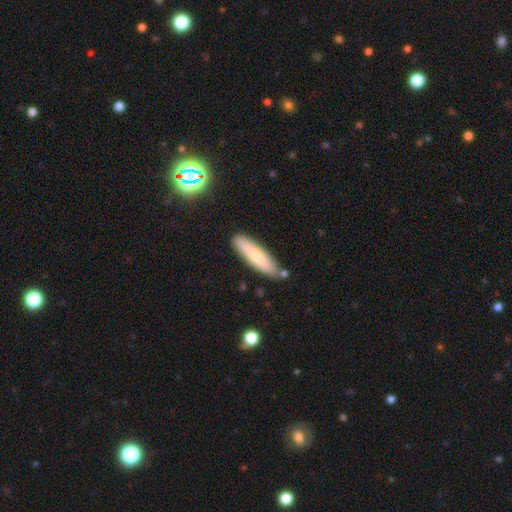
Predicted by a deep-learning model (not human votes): This appears to be a smooth galaxy with no disk features (75%) that is cigar-shaped (74%). Merging: none (81%).